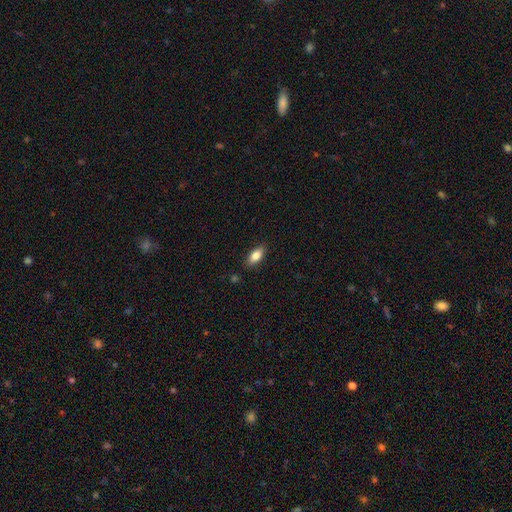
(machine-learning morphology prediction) Overall: smooth (80%). How rounded: in between (86%). Merging: none (86%).